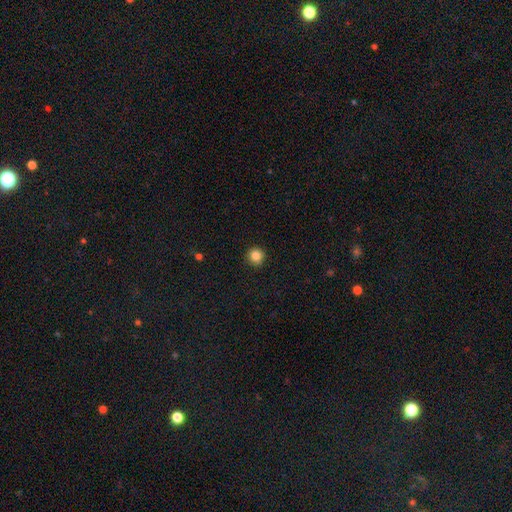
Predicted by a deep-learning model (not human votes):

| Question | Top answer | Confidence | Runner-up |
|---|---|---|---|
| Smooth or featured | smooth | 85% | star or artifact (11%) |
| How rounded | round | 95% | in between (4%) |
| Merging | none | 92% | minor disturbance (6%) |